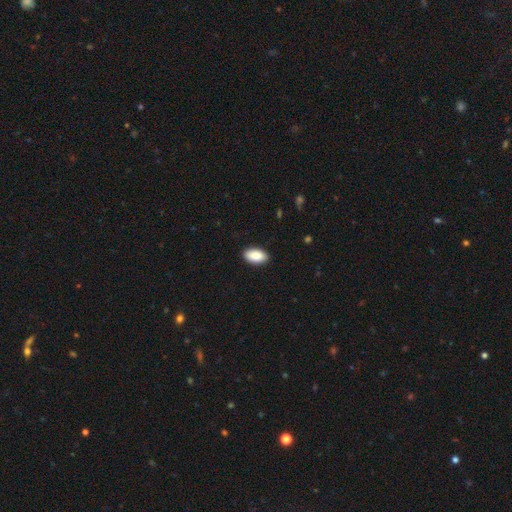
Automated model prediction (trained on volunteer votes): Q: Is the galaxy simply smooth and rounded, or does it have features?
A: smooth — 88%.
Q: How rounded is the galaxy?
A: in between — 94%.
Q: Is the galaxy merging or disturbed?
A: none — 90%.